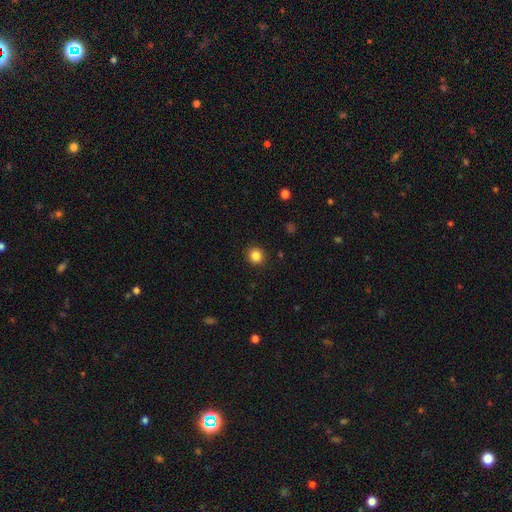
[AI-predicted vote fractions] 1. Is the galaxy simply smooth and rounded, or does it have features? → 84% smooth, 11% star or artifact, 4% featured or disk.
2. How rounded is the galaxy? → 91% round, 8% in between, 1% cigar-shaped.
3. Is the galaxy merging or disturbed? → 92% none, 5% minor disturbance, 2% major disturbance, 1% merger.